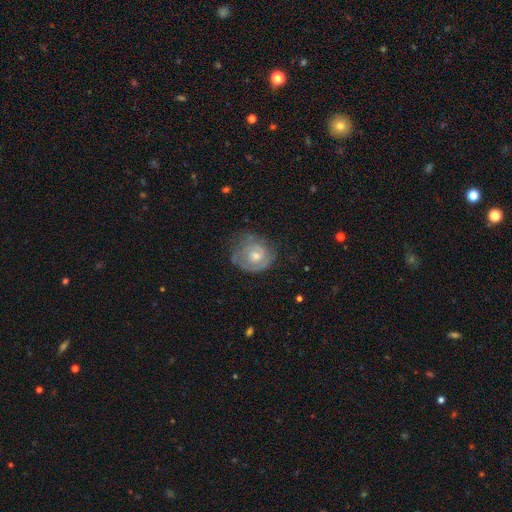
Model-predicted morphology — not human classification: featured or disk 62%, smooth 29%, star or artifact 9%. Down the decision tree: edge-on disk — no (97%); bar — no (75%); spiral arms — yes (70%); bulge size — moderate (59%); merging — none (57%).